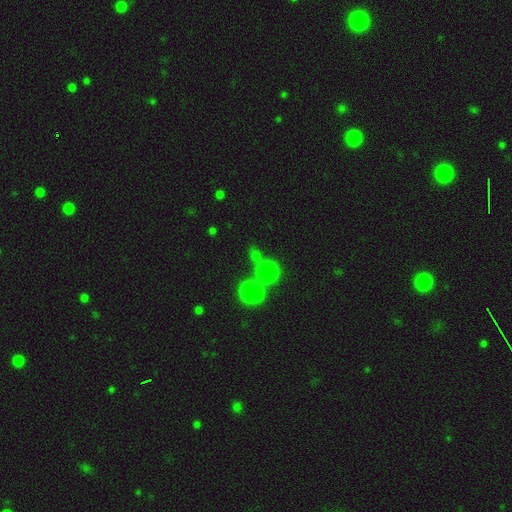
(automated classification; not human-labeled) Morphology: type=smooth (70%); roundness=round (78%); merging=none (58%).